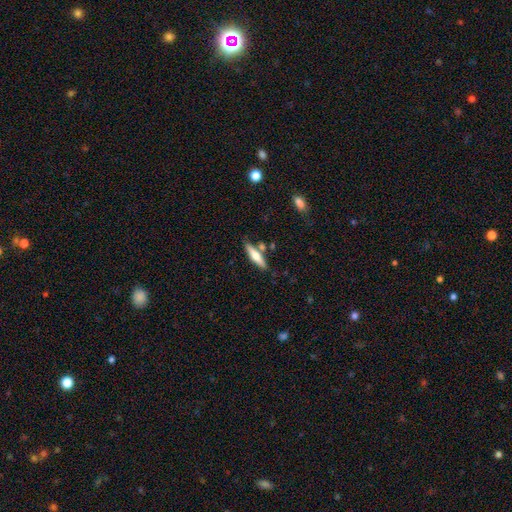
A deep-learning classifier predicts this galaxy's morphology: A smooth galaxy with no disk features (50%).

Vote fractions:
- Smooth or featured? smooth: 50% / featured or disk: 44% / star or artifact: 6%
- Merging? none: 76% / minor disturbance: 12% / merger: 9% / major disturbance: 3%